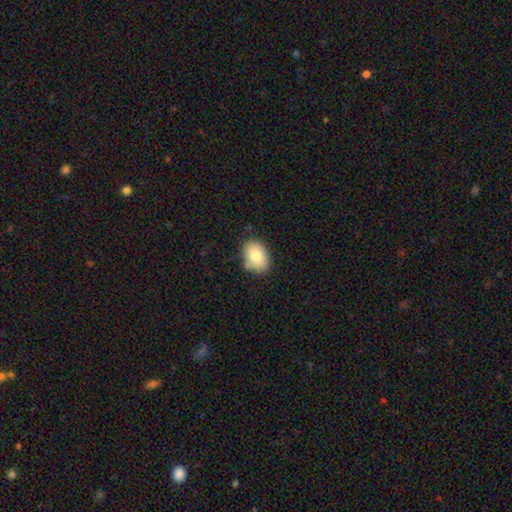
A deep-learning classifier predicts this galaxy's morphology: smooth 80%, featured or disk 12%, star or artifact 8%. Down the decision tree: how rounded — in between (78%); merging — none (74%).